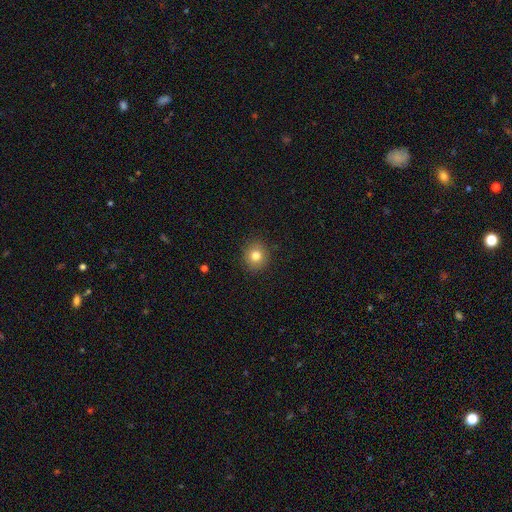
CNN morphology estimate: smooth 80%, star or artifact 11%, featured or disk 8%. Down the decision tree: how rounded — round (86%); merging — none (90%).